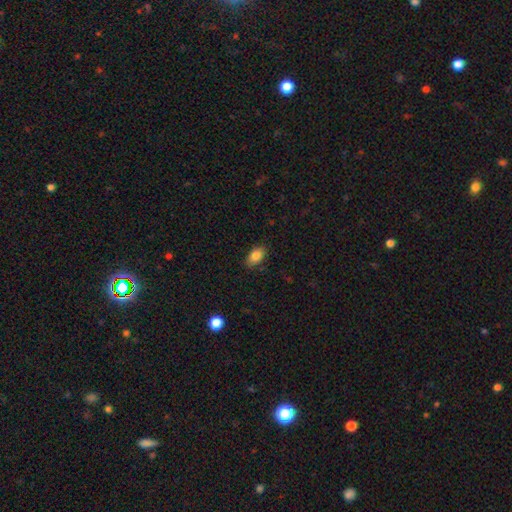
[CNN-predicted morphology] This is clearly a smooth galaxy (84%). How rounded: clearly in between (91%). Merging: clearly none (86%).